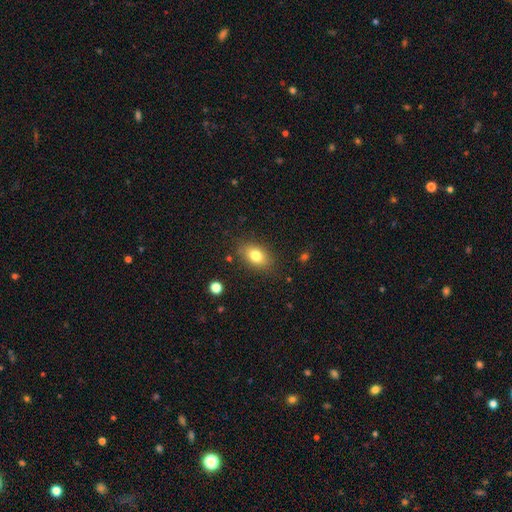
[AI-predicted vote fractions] This is likely a smooth galaxy (78%). How rounded: clearly in between (82%). Merging: clearly none (82%).